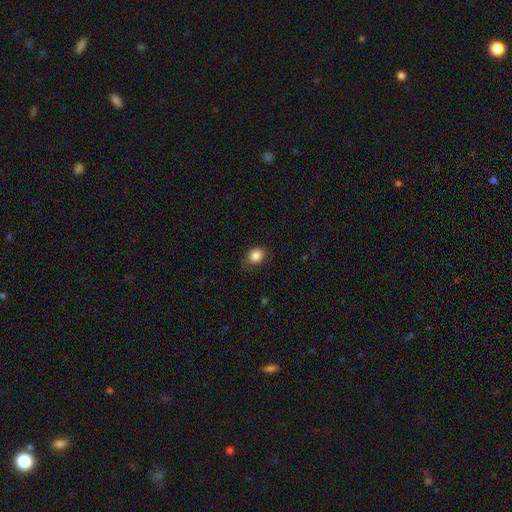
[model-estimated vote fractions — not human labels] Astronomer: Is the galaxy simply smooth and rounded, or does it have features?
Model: smooth — 85%.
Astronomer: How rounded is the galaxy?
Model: round — 52% (runner-up: in between, 47%).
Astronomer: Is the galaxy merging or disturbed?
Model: none — 75%.